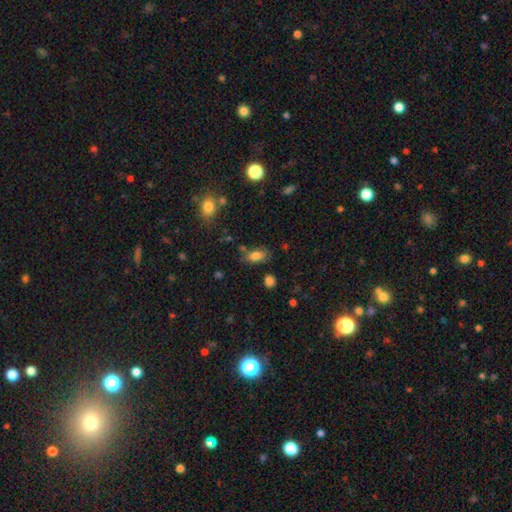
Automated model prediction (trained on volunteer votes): smooth_or_featured: smooth (p=0.80) [alt: featured or disk p=0.10]
how_rounded: in between (p=0.89) [alt: round p=0.06]
merging: none (p=0.68) [alt: minor disturbance p=0.19]